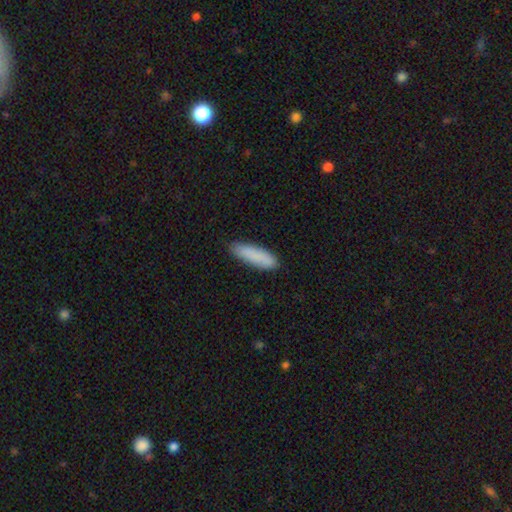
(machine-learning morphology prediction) Smooth or featured? Predicted: smooth (p=0.88). How rounded? Predicted: cigar-shaped (p=0.66). Merging? Predicted: none (p=0.85).